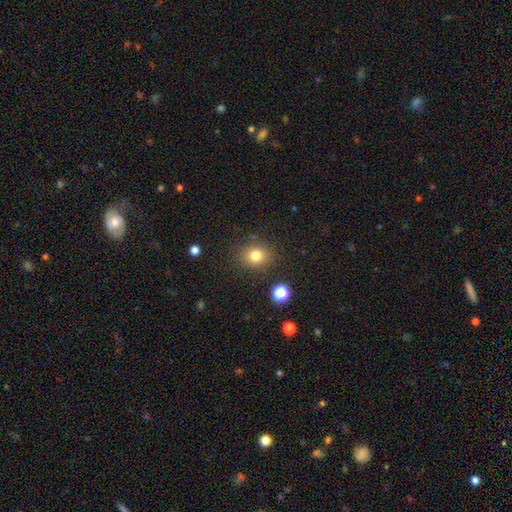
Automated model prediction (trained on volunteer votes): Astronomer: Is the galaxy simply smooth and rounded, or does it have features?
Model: smooth — 79%.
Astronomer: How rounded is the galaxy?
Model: round — 73%.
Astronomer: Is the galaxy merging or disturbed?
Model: none — 84%.